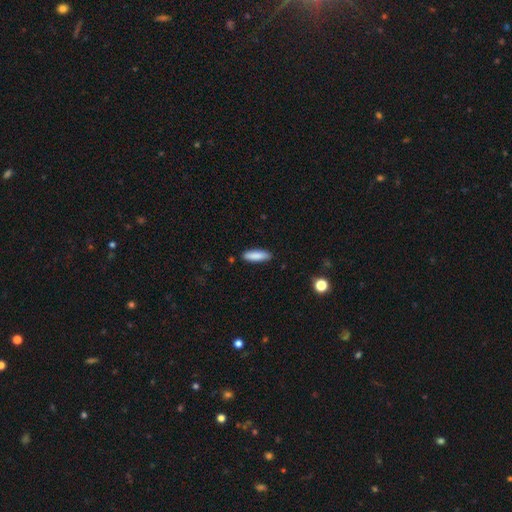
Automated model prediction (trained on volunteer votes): Overall: smooth (87%). How rounded: cigar-shaped (56%; in between 42%). Merging: none (88%).